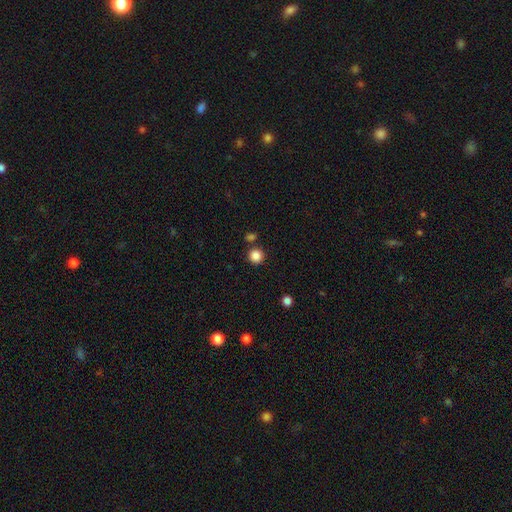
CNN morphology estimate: A smooth galaxy with no disk features (86%) that is round (94%). Merging: none (84%).